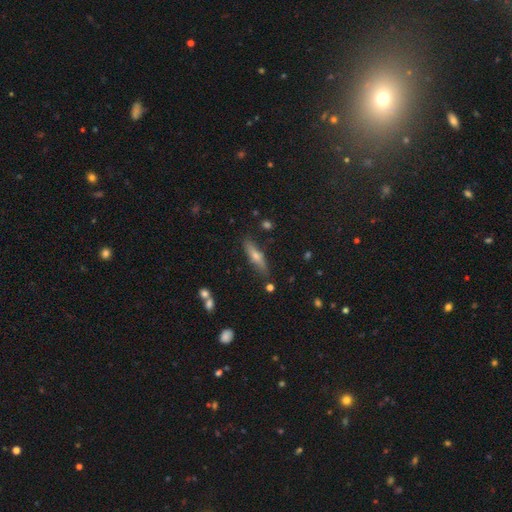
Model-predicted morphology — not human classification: Smooth or featured? Predicted: smooth (p=0.46). Merging? Predicted: none (p=0.81).